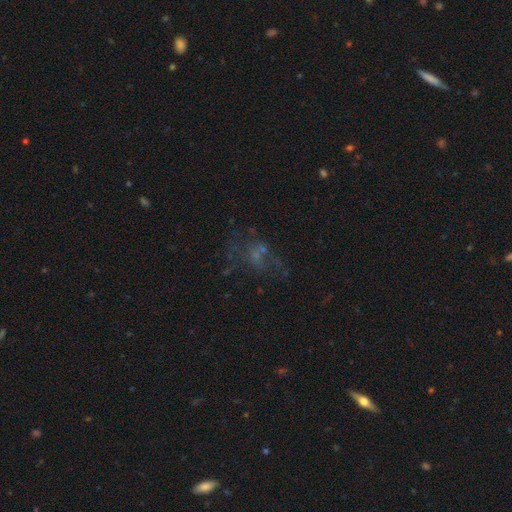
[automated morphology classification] smooth-or-featured: featured or disk: 45% | star or artifact: 29% | smooth: 27%
  merging: none: 41% | major disturbance: 34% | minor disturbance: 15% | merger: 10%